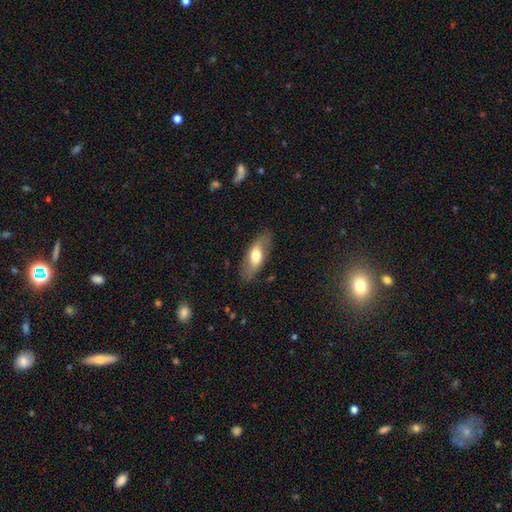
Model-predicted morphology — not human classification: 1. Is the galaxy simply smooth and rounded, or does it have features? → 59% smooth, 35% featured or disk, 6% star or artifact.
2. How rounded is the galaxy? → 76% in between, 20% cigar-shaped, 3% round.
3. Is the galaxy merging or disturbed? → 81% none, 14% minor disturbance, 4% major disturbance, 1% merger.